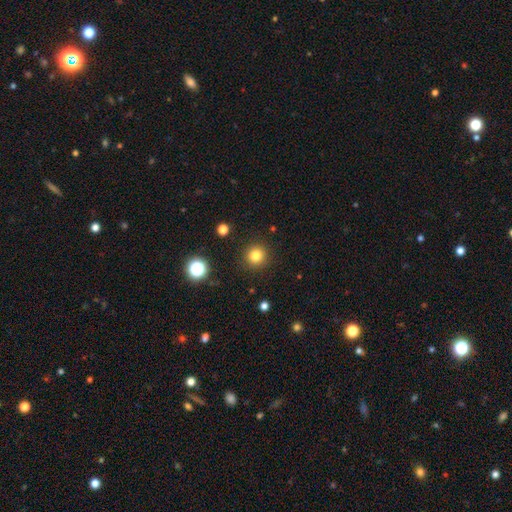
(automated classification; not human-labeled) A smooth galaxy with no disk features (80%) that is round (95%).

Vote fractions:
- Smooth or featured? smooth: 80% / star or artifact: 14% / featured or disk: 6%
- How rounded? round: 95% / in between: 4% / cigar-shaped: 1%
- Merging? none: 91% / minor disturbance: 6% / major disturbance: 2% / merger: 1%